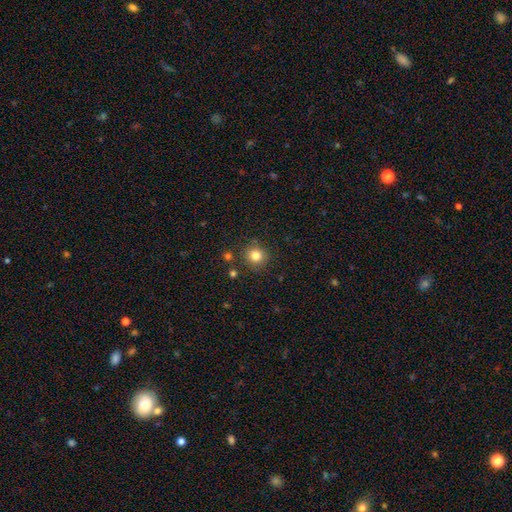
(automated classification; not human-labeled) Smooth or featured? Predicted: smooth (p=0.82). How rounded? Predicted: round (p=0.91). Merging? Predicted: none (p=0.86).